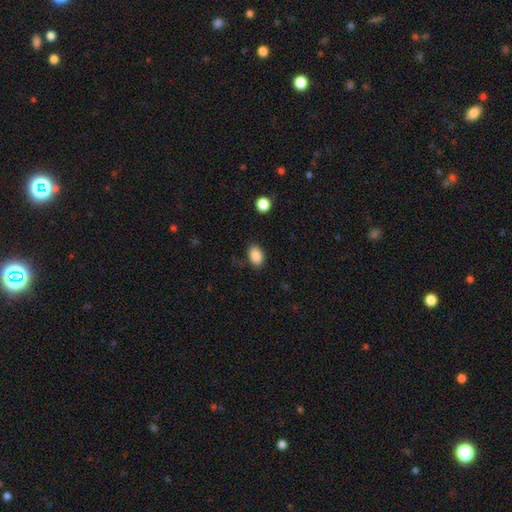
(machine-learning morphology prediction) smooth_or_featured: smooth (p=0.87) [alt: star or artifact p=0.09]
how_rounded: in between (p=0.83) [alt: round p=0.15]
merging: none (p=0.78) [alt: minor disturbance p=0.16]